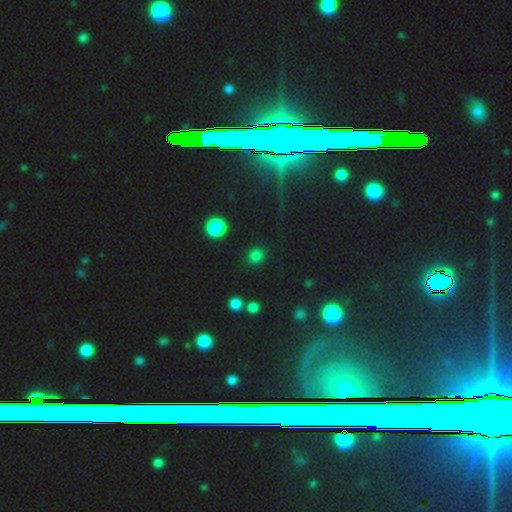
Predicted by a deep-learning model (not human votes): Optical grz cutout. It shows a smooth galaxy with no disk features (76%) that is round (85%). Merging: none (86%).